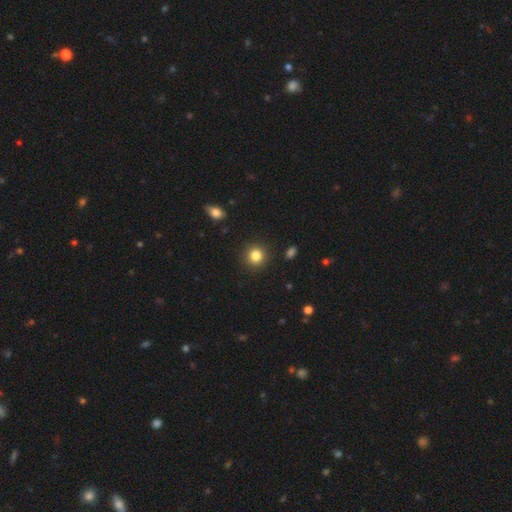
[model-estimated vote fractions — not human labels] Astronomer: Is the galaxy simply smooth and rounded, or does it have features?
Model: smooth — 84%.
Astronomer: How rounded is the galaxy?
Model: round — 91%.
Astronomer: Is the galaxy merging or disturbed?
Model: none — 90%.